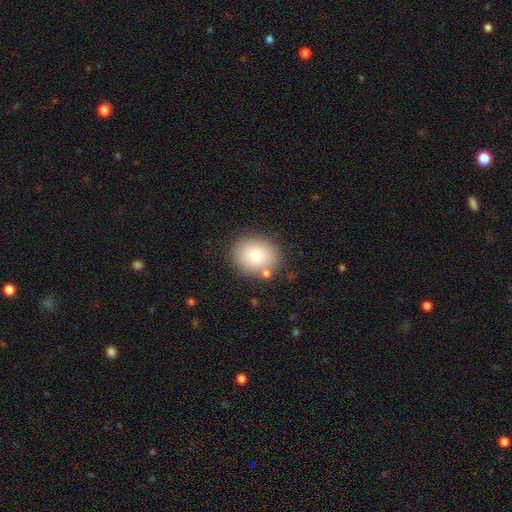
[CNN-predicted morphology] A smooth galaxy with no disk features (77%) that is round (59%). Merging: none (82%).